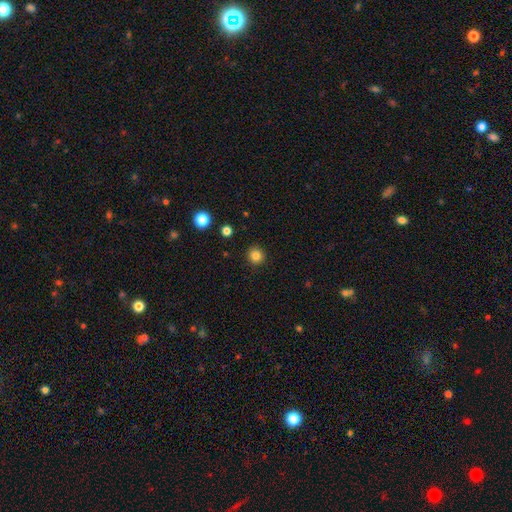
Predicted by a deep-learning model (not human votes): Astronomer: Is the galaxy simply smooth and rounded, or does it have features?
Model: smooth — 83%.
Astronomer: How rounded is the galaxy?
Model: round — 93%.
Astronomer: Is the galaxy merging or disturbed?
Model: none — 91%.